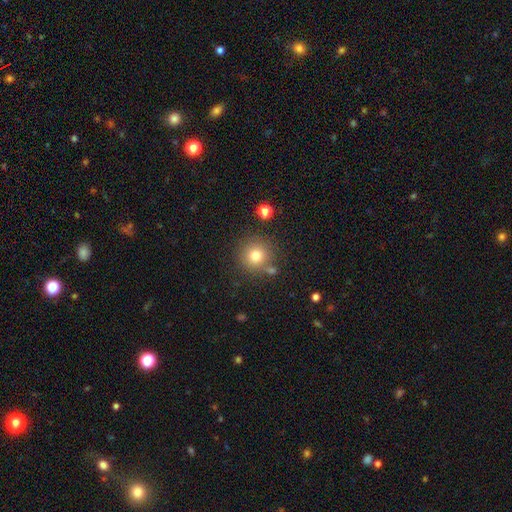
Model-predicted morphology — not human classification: A smooth galaxy with no disk features (78%) that is round (93%). Merging: none (78%).